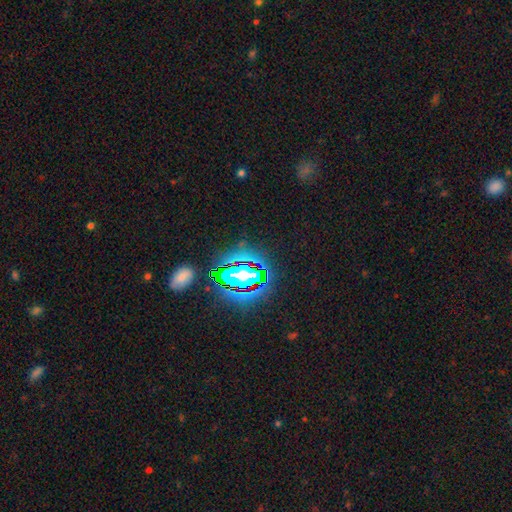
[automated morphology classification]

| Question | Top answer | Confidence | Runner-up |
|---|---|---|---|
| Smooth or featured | star or artifact | 81% | smooth (11%) |